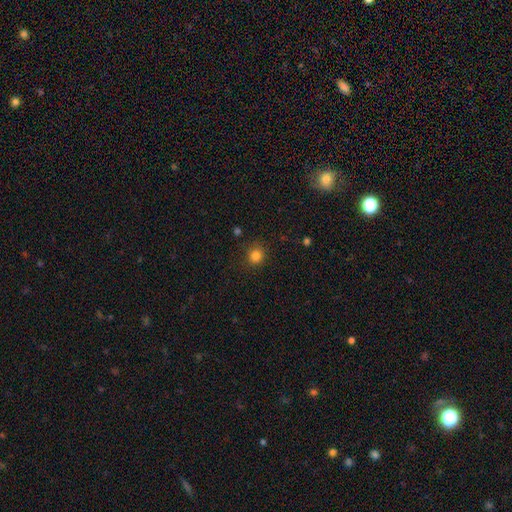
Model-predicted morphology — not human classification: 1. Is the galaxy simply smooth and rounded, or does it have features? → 83% smooth, 13% star or artifact, 4% featured or disk.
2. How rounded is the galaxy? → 86% round, 13% in between, 1% cigar-shaped.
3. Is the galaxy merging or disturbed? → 86% none, 9% minor disturbance, 3% major disturbance, 1% merger.